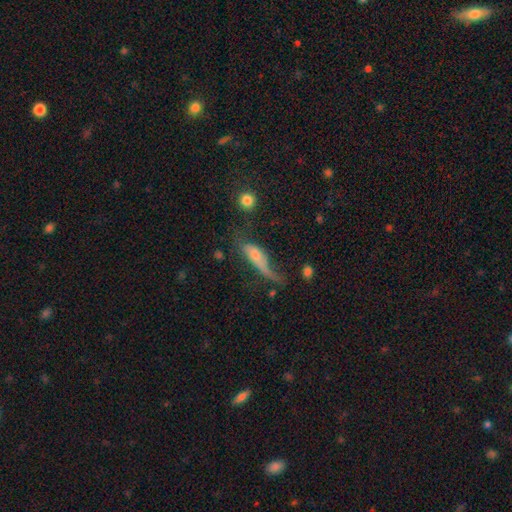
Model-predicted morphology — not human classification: The model was most divided on "smooth or featured": smooth: 48%, featured or disk: 41%, star or artifact: 11%. Remaining: merging — major disturbance (38%).